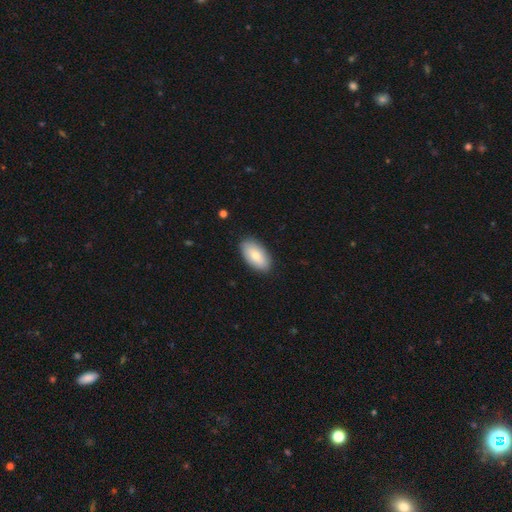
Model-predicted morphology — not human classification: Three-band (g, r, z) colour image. It shows a smooth galaxy with no disk features (77%) that is in between round and cigar-shaped (94%). Merging: none (88%).